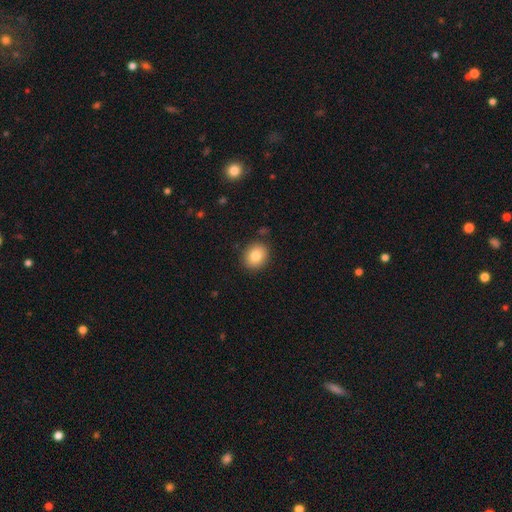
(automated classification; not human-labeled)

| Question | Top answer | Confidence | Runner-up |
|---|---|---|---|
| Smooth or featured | smooth | 82% | star or artifact (9%) |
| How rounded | round | 71% | in between (28%) |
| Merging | none | 87% | minor disturbance (9%) |